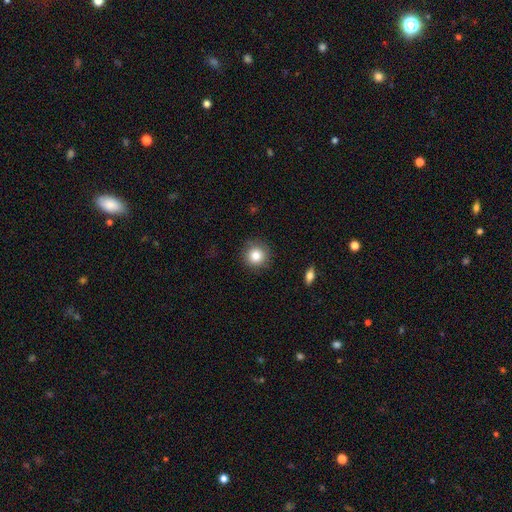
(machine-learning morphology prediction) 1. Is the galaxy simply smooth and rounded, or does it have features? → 82% smooth, 10% star or artifact, 8% featured or disk.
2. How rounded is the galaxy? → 94% round, 5% in between, 1% cigar-shaped.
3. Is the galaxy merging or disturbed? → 89% none, 8% minor disturbance, 2% major disturbance, 1% merger.